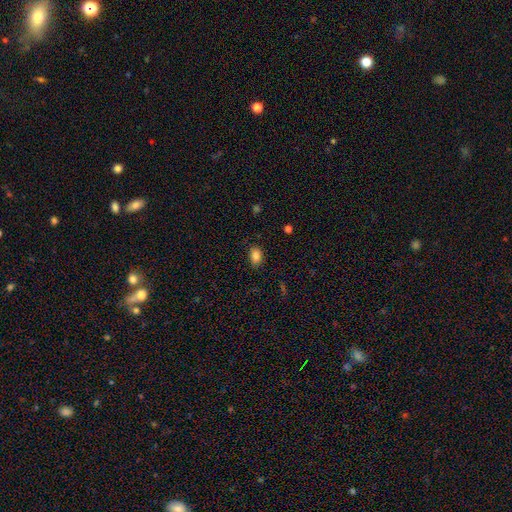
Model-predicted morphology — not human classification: smooth_or_featured: smooth (p=0.85) [alt: star or artifact p=0.10]
how_rounded: in between (p=0.81) [alt: round p=0.17]
merging: none (p=0.84) [alt: minor disturbance p=0.12]